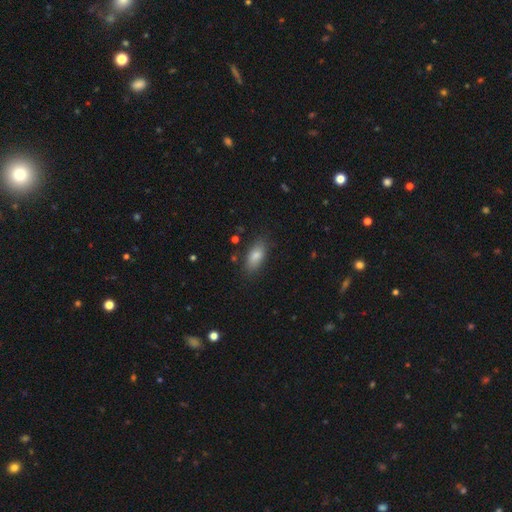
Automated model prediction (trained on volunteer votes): This appears to be a smooth galaxy with no disk features (82%) that is in between round and cigar-shaped (86%). Merging: none (81%).